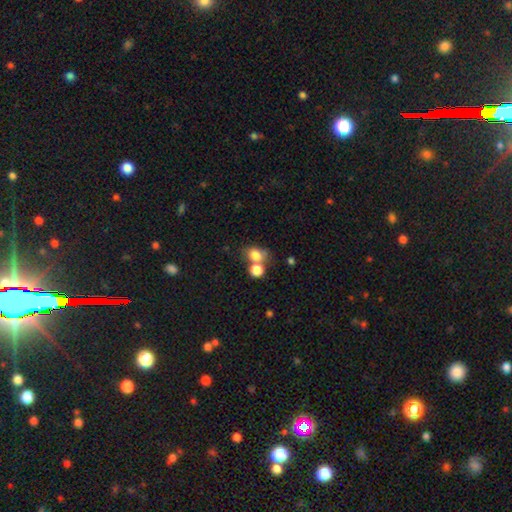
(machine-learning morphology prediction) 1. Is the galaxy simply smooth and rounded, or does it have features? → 78% smooth, 12% star or artifact, 10% featured or disk.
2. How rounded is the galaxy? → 50% in between, 49% round, 1% cigar-shaped.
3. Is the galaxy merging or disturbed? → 43% none, 40% merger, 11% minor disturbance, 6% major disturbance.